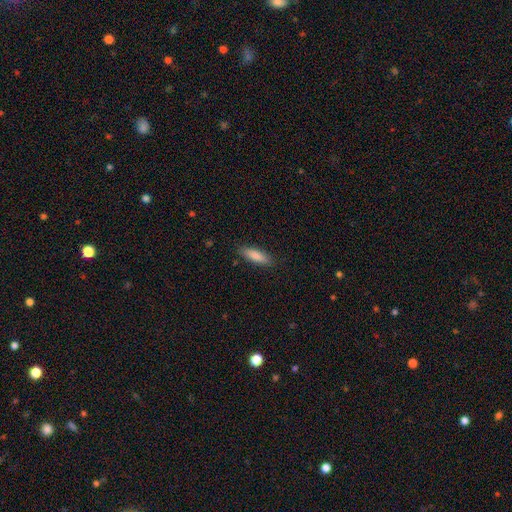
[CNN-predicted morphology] Q: Smooth or featured?
A: smooth (86%); runner-up: featured or disk (8%)
Q: How rounded?
A: cigar-shaped (52%); runner-up: in between (46%)
Q: Merging?
A: none (87%); runner-up: minor disturbance (10%)